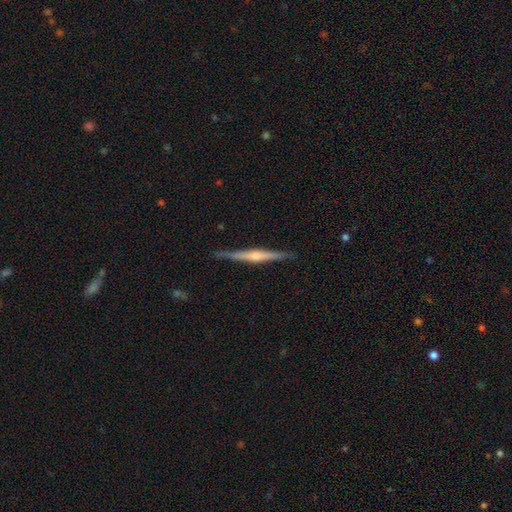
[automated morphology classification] Smooth or featured? Predicted: featured or disk (p=0.75). Edge-on disk? Predicted: yes (p=0.98). Edge-on bulge? Predicted: rounded (p=0.75). Merging? Predicted: none (p=0.90).